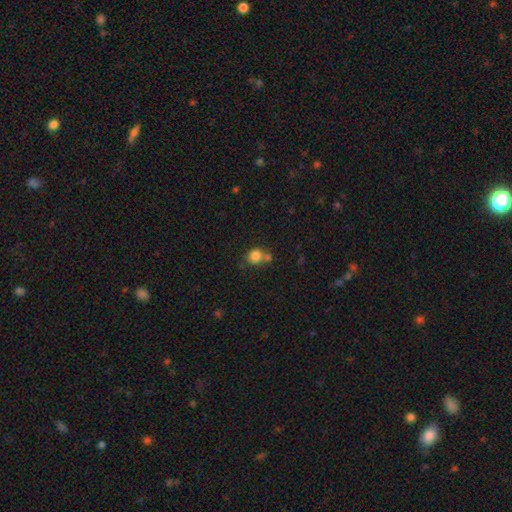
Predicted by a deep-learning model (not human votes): Smooth or featured: smooth — 81% (star or artifact — 11%)
How rounded: round — 80% (in between — 19%)
Merging: none — 53% (merger — 31%)